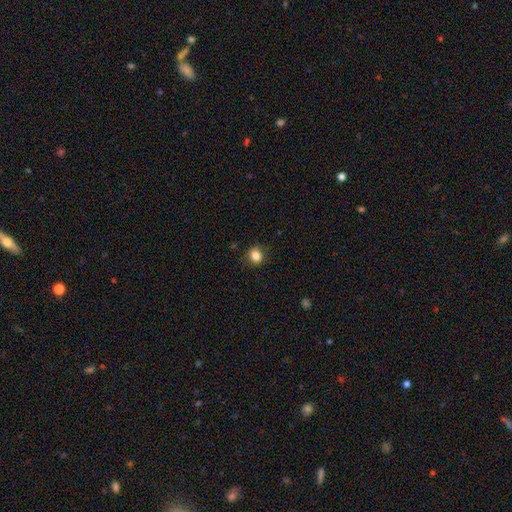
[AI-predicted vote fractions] Overall: smooth (84%). How rounded: round (79%). Merging: none (83%).